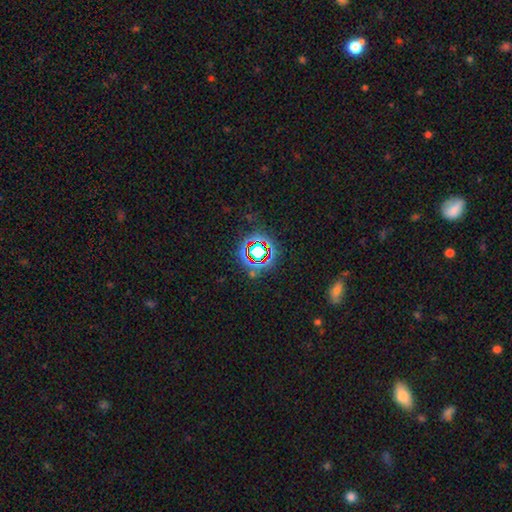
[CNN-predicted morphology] Smooth or featured?
  - star or artifact: 68% *
  - smooth: 20%
  - featured or disk: 12%